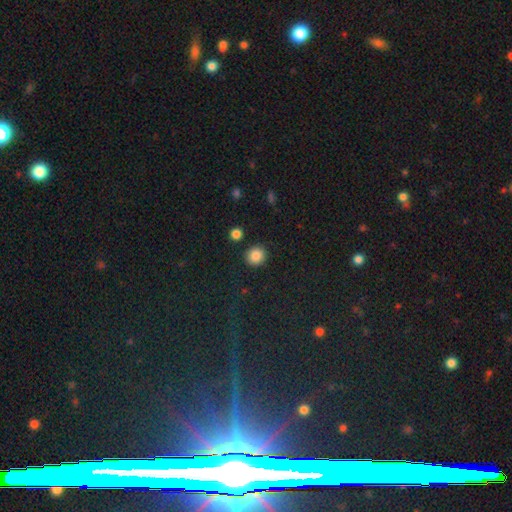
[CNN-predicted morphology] Smooth or featured?
  - smooth: 86% *
  - star or artifact: 10%
  - featured or disk: 4%
How rounded?
  - round: 86% *
  - in between: 13%
  - cigar-shaped: 1%
Merging?
  - none: 89% *
  - minor disturbance: 6%
  - merger: 3%
  - major disturbance: 2%